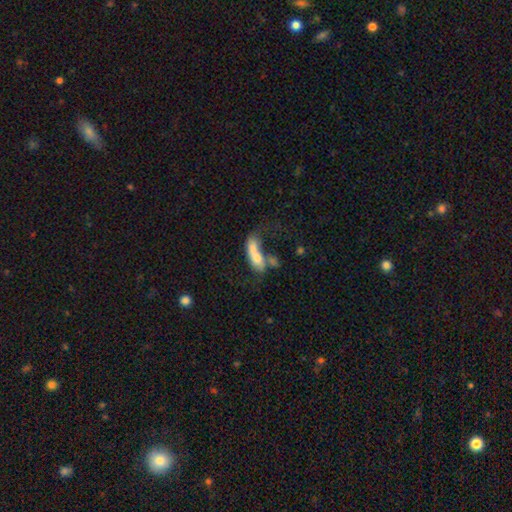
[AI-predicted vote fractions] smooth 58%, featured or disk 33%, star or artifact 9%. Down the decision tree: how rounded — in between (69%); merging — merger (58%).